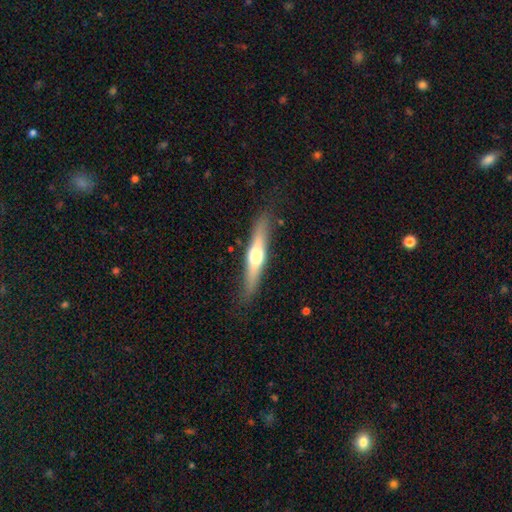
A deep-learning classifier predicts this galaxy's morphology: A featured or disk galaxy (59%) viewed edge-on (94%) with a rounded central bulge (92%). Merging: none (85%).